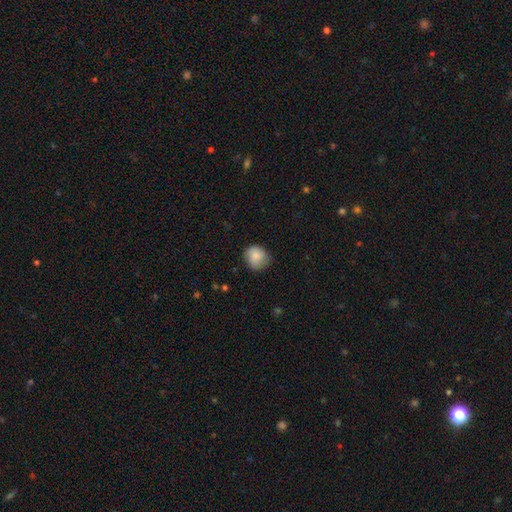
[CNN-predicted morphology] Smooth or featured?
  - smooth: 83% *
  - featured or disk: 10%
  - star or artifact: 7%
How rounded?
  - round: 82% *
  - in between: 18%
  - cigar-shaped: 1%
Merging?
  - none: 70% *
  - minor disturbance: 23%
  - major disturbance: 5%
  - merger: 1%